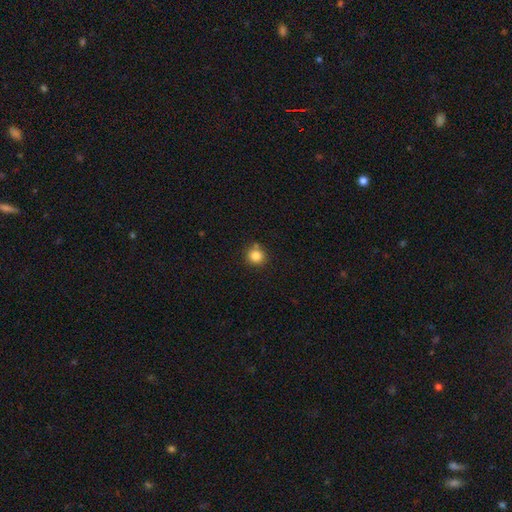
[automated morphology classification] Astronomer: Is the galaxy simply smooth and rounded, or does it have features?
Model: smooth — 83%.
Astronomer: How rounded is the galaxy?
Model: round — 92%.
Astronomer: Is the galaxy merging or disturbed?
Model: none — 76%.